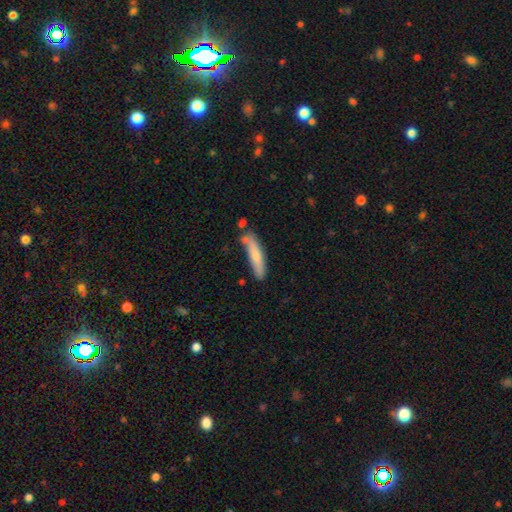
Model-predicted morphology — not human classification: A smooth galaxy with no disk features (76%) that is cigar-shaped (84%).

Vote fractions:
- Smooth or featured? smooth: 76% / featured or disk: 18% / star or artifact: 6%
- How rounded? cigar-shaped: 84% / in between: 15% / round: 1%
- Merging? none: 61% / minor disturbance: 22% / merger: 12% / major disturbance: 5%